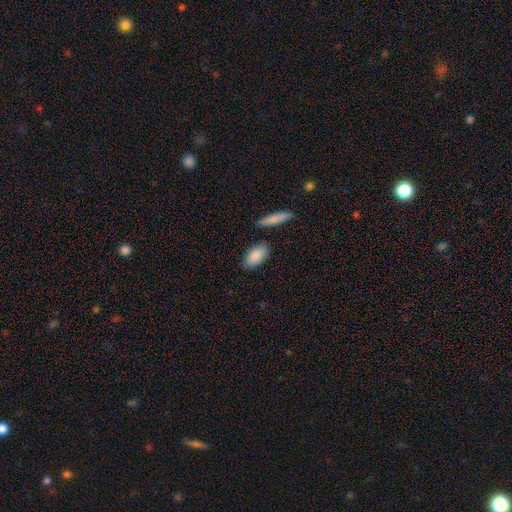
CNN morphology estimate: smooth 88%, featured or disk 6%, star or artifact 6%. Down the decision tree: how rounded — in between (91%); merging — none (80%).